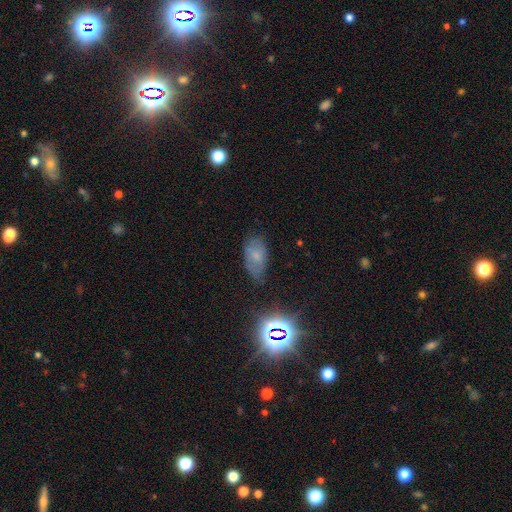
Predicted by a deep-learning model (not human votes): Q: Smooth or featured?
A: smooth (55%); runner-up: featured or disk (25%)
Q: How rounded?
A: in between (91%); runner-up: round (7%)
Q: Merging?
A: none (64%); runner-up: minor disturbance (26%)